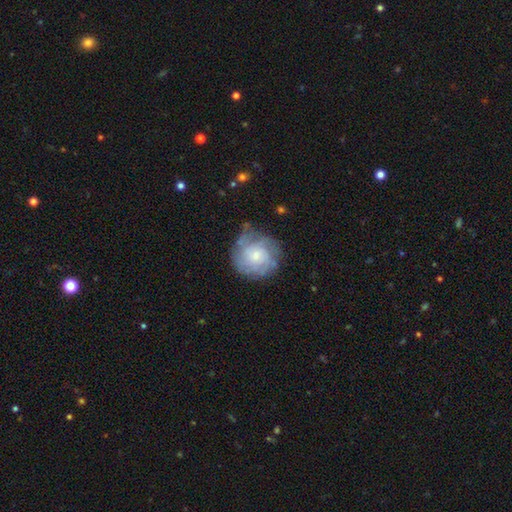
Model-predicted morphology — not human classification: featured or disk 55%, smooth 38%, star or artifact 8%. Down the decision tree: edge-on disk — no (98%); bar — no (81%); spiral arms — yes (73%); bulge size — small (63%); merging — none (63%).